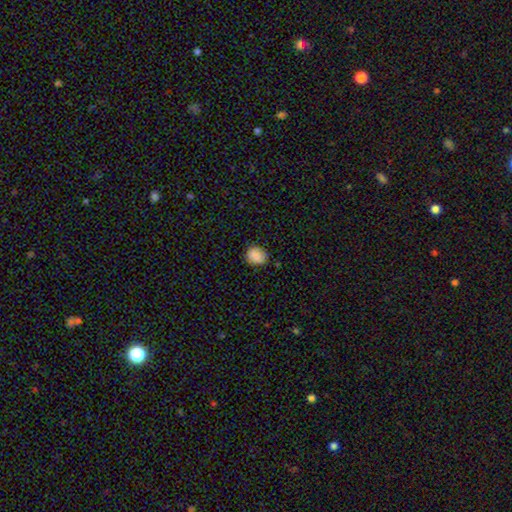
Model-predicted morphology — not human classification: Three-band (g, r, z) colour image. It shows a smooth galaxy with no disk features (88%) that is round (57%). Merging: none (81%).